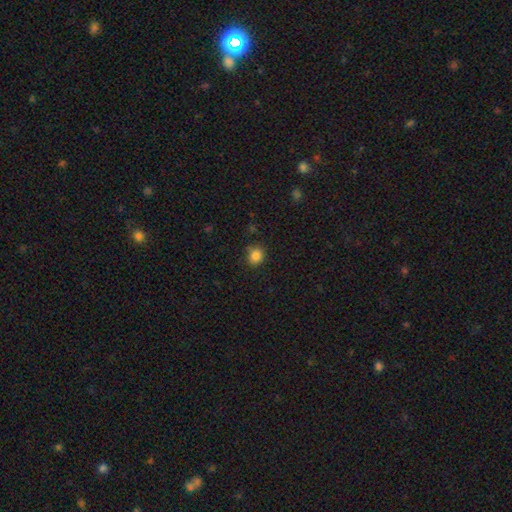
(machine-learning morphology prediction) This appears to be a smooth galaxy with no disk features (85%) that is round (81%). Merging: none (83%).